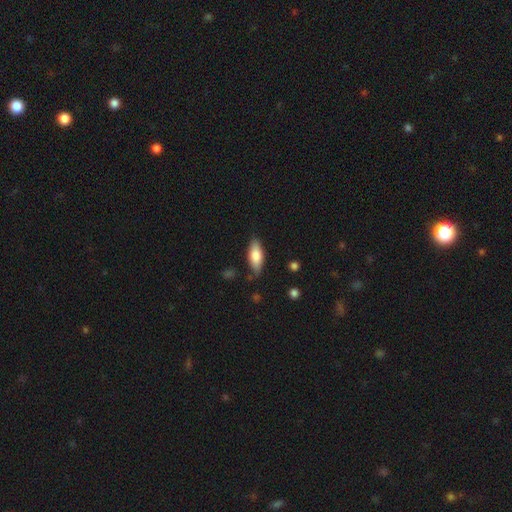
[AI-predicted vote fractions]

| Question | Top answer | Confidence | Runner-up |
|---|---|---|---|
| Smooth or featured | smooth | 76% | featured or disk (18%) |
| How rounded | in between | 78% | cigar-shaped (20%) |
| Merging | none | 81% | minor disturbance (14%) |